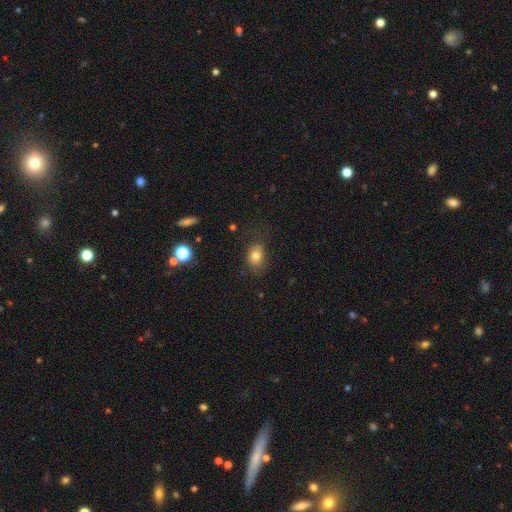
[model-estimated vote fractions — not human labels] smooth-or-featured: smooth: 79% | star or artifact: 11% | featured or disk: 10%
  how-rounded: in between: 64% | round: 34% | cigar-shaped: 1%
  merging: none: 71% | minor disturbance: 20% | major disturbance: 7% | merger: 2%